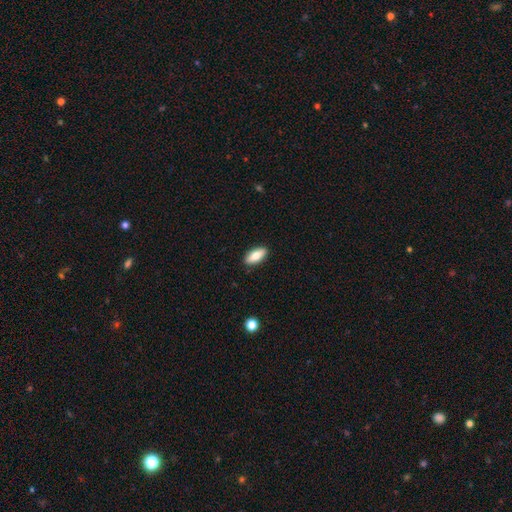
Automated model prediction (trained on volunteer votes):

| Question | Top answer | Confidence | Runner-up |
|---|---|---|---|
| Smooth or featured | smooth | 77% | featured or disk (16%) |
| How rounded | in between | 80% | cigar-shaped (18%) |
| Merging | none | 90% | minor disturbance (8%) |